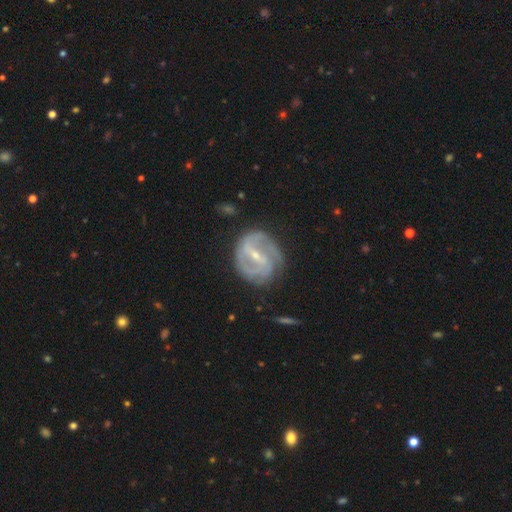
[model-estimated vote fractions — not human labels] smooth-or-featured: featured or disk: 86% | smooth: 9% | star or artifact: 5%
  disk-edge-on: no: 97% | yes: 3%
    bar: strong: 54% | weak: 37% | no: 10%
    has-spiral-arms: yes: 93% | no: 7%
      spiral-winding: medium: 43% | tight: 41% | loose: 15%
      spiral-arm-count: 2: 62% | can't tell: 15% | 3: 13% | 1: 4% | 4: 3% | more than 4: 3%
    bulge-size: small: 68% | moderate: 28% | none: 2% | large: 1% | dominant: 1%
  merging: none: 69% | minor disturbance: 20% | major disturbance: 9% | merger: 2%